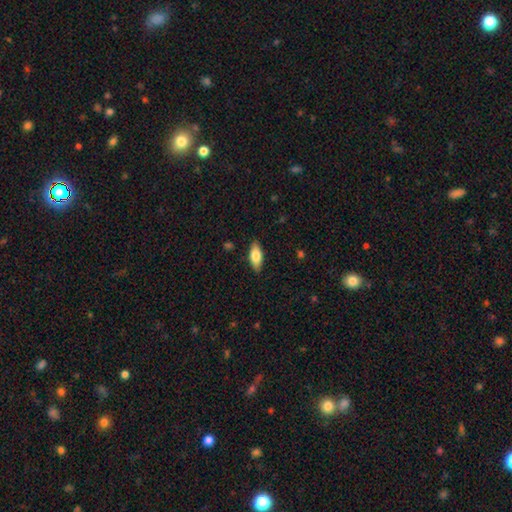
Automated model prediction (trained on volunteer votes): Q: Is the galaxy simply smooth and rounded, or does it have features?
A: smooth — 76%.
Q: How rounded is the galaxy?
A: in between — 82%.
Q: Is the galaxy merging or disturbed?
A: none — 86%.